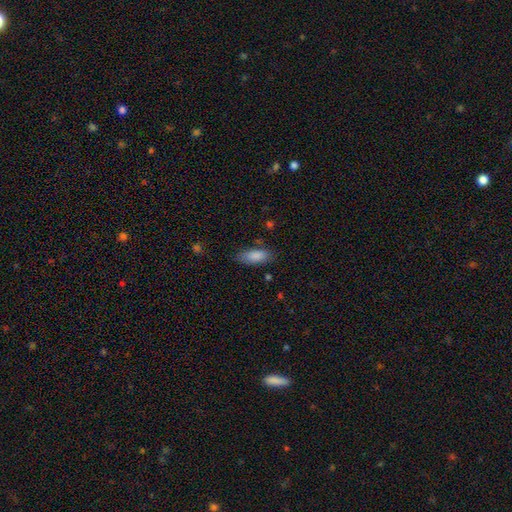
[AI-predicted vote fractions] Smooth or featured? Predicted: smooth (p=0.87). How rounded? Predicted: in between (p=0.82). Merging? Predicted: none (p=0.78).